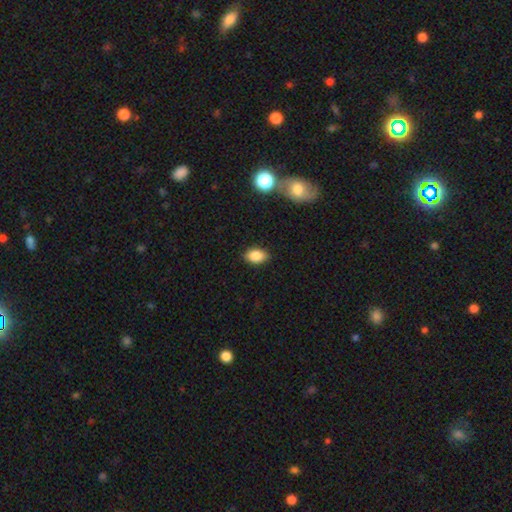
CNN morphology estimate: Smooth or featured: smooth — 85% (star or artifact — 9%)
How rounded: in between — 87% (round — 11%)
Merging: none — 86% (minor disturbance — 11%)